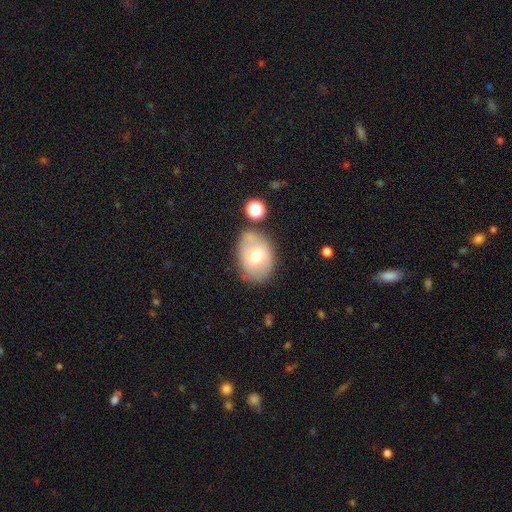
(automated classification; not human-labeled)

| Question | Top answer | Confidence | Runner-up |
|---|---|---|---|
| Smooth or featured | smooth | 66% | featured or disk (26%) |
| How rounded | in between | 73% | round (26%) |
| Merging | none | 69% | minor disturbance (17%) |